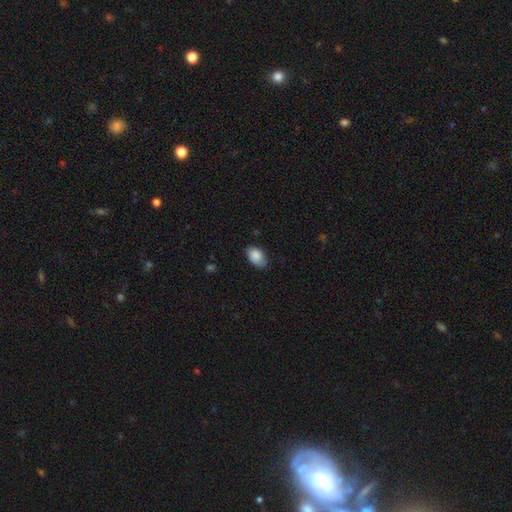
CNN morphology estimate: This is clearly a smooth galaxy (87%). How rounded: clearly in between (89%). Merging: likely none (70%).